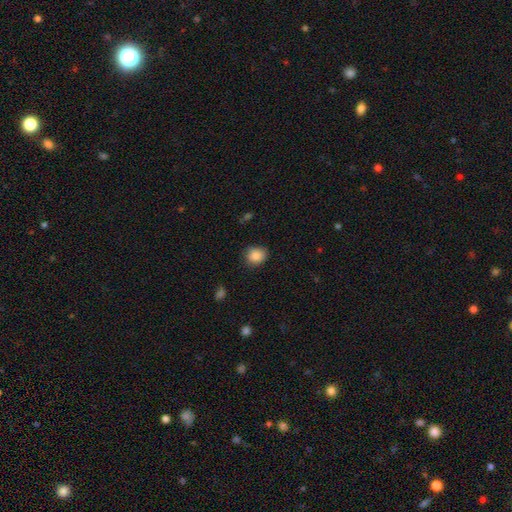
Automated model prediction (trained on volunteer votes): Q: Smooth or featured?
A: smooth (87%); runner-up: star or artifact (9%)
Q: How rounded?
A: round (70%); runner-up: in between (29%)
Q: Merging?
A: none (81%); runner-up: minor disturbance (15%)